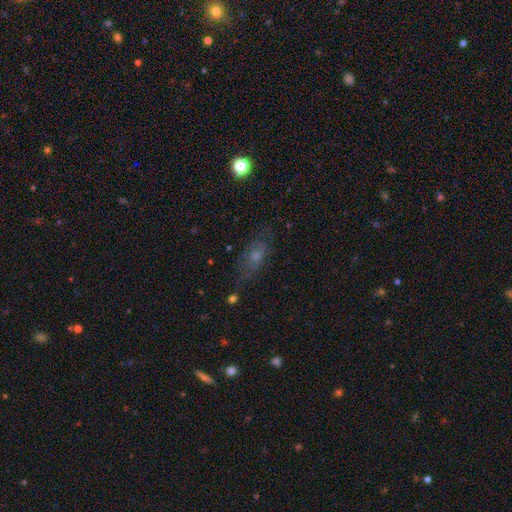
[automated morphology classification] smooth-or-featured: smooth: 41% | featured or disk: 37% | star or artifact: 22%
  merging: none: 73% | minor disturbance: 18% | major disturbance: 7% | merger: 2%